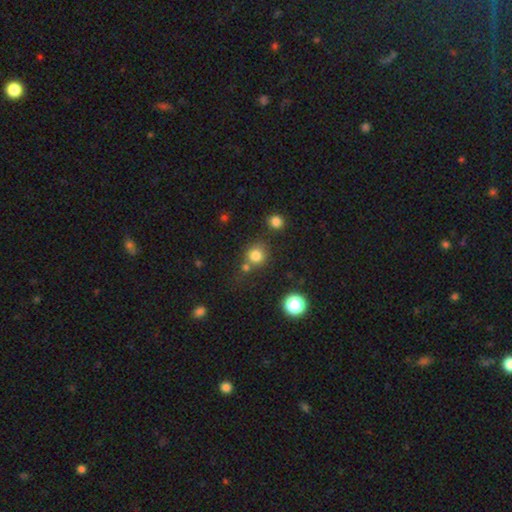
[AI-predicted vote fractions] A smooth galaxy with no disk features (79%) that is round (88%). Merging: none (65%).